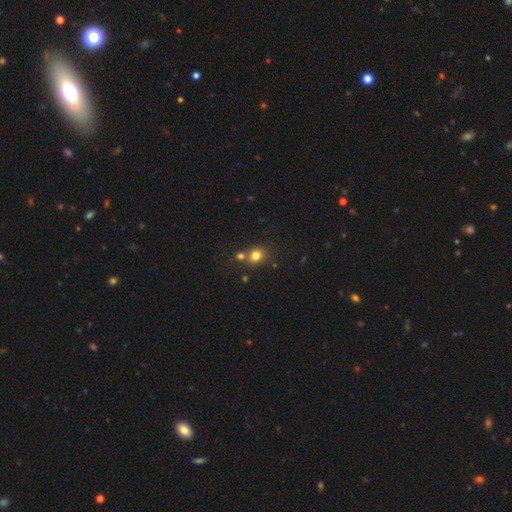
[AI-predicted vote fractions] smooth_or_featured: smooth (p=0.79) [alt: star or artifact p=0.13]
how_rounded: round (p=0.77) [alt: in between p=0.22]
merging: none (p=0.58) [alt: merger p=0.29]